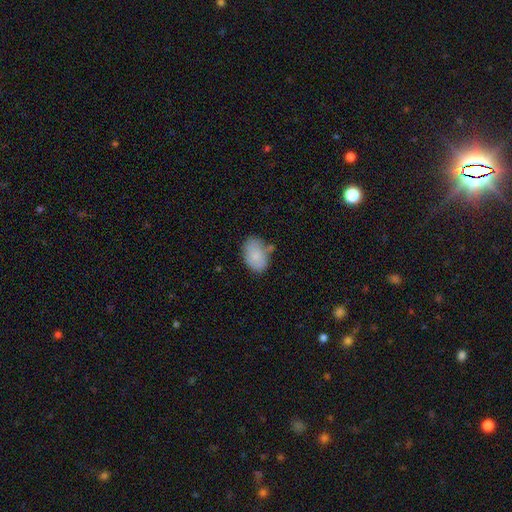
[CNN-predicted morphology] A smooth galaxy with no disk features (83%) that is in between round and cigar-shaped (89%).

Vote fractions:
- Smooth or featured? smooth: 83% / featured or disk: 11% / star or artifact: 6%
- How rounded? in between: 89% / round: 10% / cigar-shaped: 1%
- Merging? none: 63% / minor disturbance: 23% / merger: 8% / major disturbance: 5%